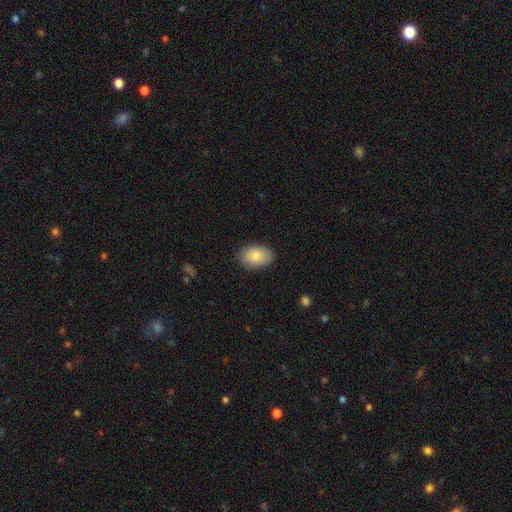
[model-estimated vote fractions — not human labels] smooth-or-featured: smooth: 83% | featured or disk: 10% | star or artifact: 7%
  how-rounded: in between: 86% | round: 13% | cigar-shaped: 1%
  merging: none: 86% | minor disturbance: 11% | major disturbance: 2% | merger: 1%